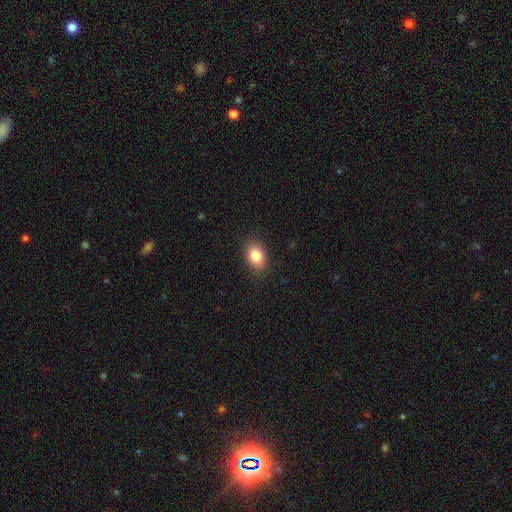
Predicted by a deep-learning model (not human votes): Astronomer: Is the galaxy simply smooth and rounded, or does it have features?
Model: smooth — 84%.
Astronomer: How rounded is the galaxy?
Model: in between — 79%.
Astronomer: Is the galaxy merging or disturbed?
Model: none — 87%.